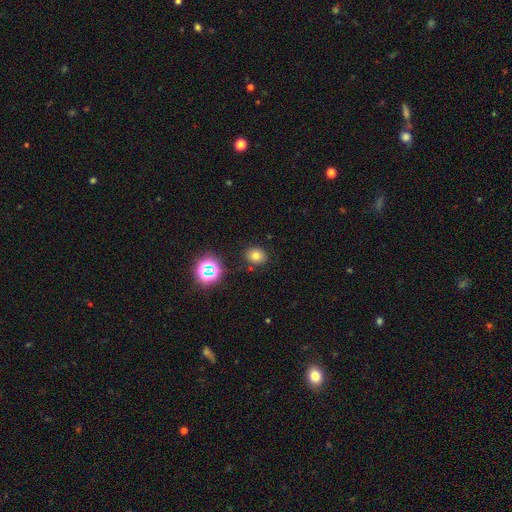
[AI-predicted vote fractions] A smooth galaxy with no disk features (72%) that is round (66%). Merging: none (84%).